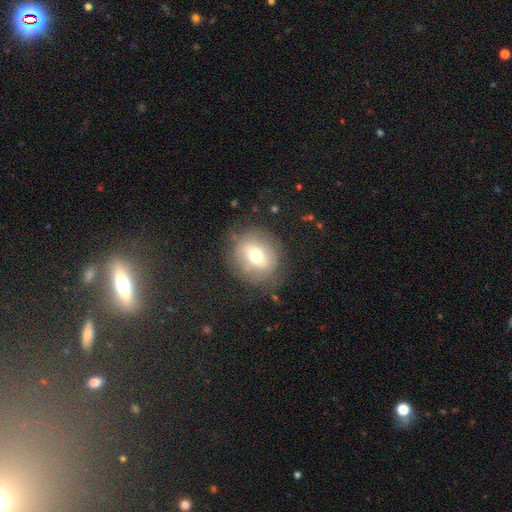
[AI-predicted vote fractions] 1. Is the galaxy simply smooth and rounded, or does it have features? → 58% smooth, 32% featured or disk, 10% star or artifact.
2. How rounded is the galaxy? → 74% round, 25% in between, 1% cigar-shaped.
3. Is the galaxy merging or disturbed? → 74% none, 16% minor disturbance, 8% major disturbance, 1% merger.